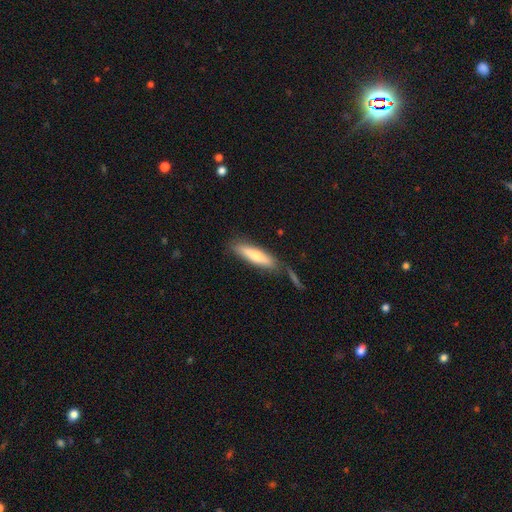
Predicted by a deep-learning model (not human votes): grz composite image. It shows a smooth galaxy with no disk features (64%) that is cigar-shaped (78%). Merging: none (72%).